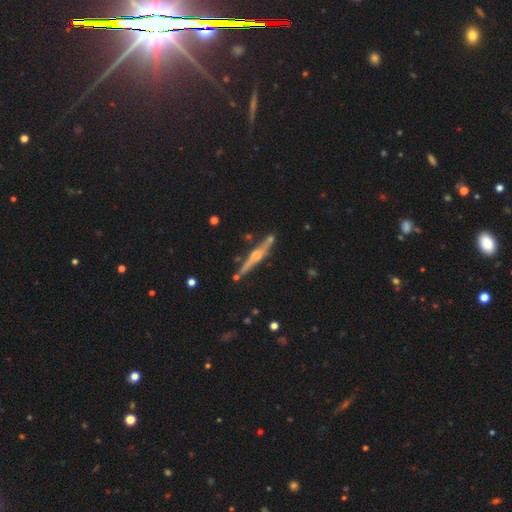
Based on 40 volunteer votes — Volunteers were most divided on "merging": none: 71%, minor disturbance: 13%, merger: 13%, major disturbance: 3%. More confident: edge-on disk — yes (97%); edge-on bulge — rounded (91%); smooth or featured — featured or disk (88%).